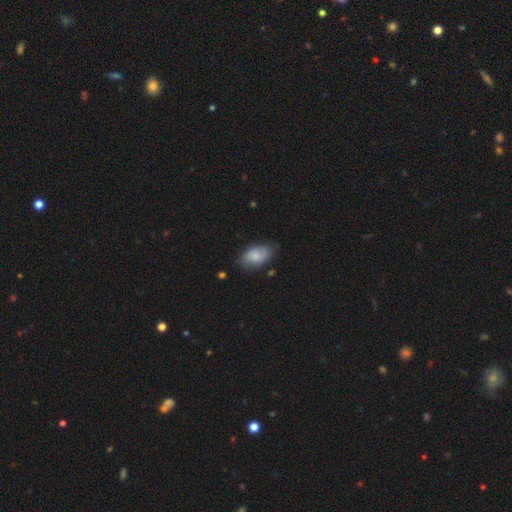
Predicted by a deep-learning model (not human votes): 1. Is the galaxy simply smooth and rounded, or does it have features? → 66% smooth, 27% featured or disk, 7% star or artifact.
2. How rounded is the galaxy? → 90% in between, 8% round, 2% cigar-shaped.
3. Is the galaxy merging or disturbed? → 69% none, 24% minor disturbance, 6% major disturbance, 2% merger.